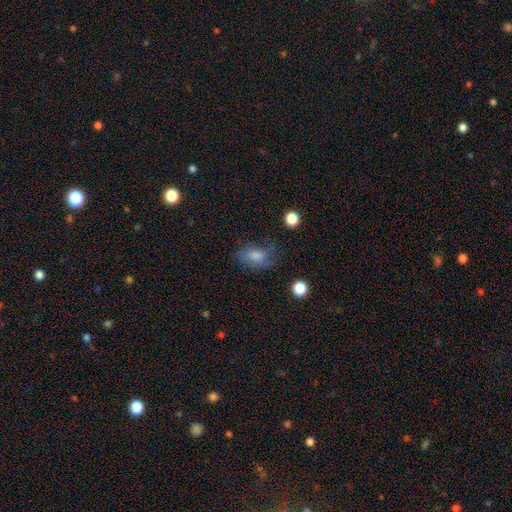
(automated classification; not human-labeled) This appears to be a smooth galaxy with no disk features (65%) that is in between round and cigar-shaped (82%). Merging: none (58%).